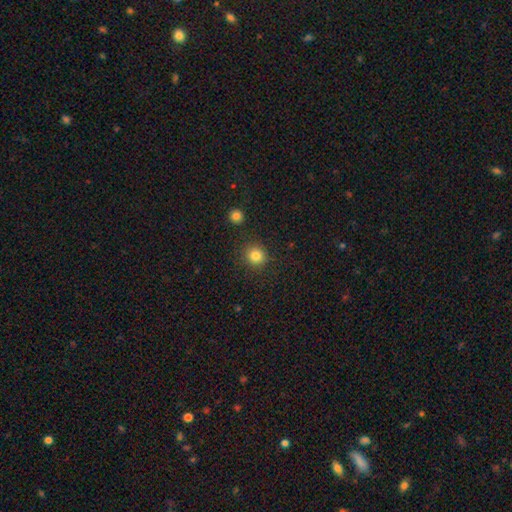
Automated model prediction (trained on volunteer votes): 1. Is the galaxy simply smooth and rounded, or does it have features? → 83% smooth, 12% star or artifact, 5% featured or disk.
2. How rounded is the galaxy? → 91% round, 8% in between, 1% cigar-shaped.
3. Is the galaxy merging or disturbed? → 88% none, 7% minor disturbance, 3% major disturbance, 2% merger.